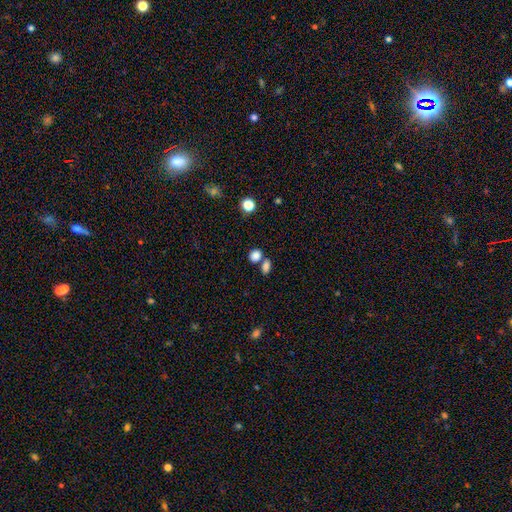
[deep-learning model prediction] smooth-or-featured: smooth: 84% | star or artifact: 11% | featured or disk: 5%
  how-rounded: round: 51% | in between: 48% | cigar-shaped: 2%
  merging: none: 55% | merger: 32% | minor disturbance: 9% | major disturbance: 4%